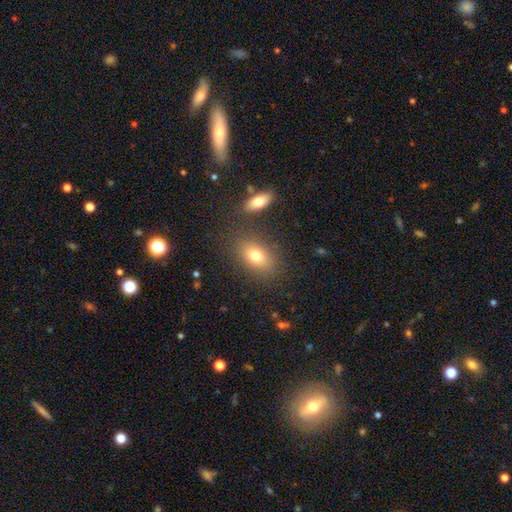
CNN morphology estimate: A smooth galaxy with no disk features (76%) that is in between round and cigar-shaped (78%). Merging: none (79%).